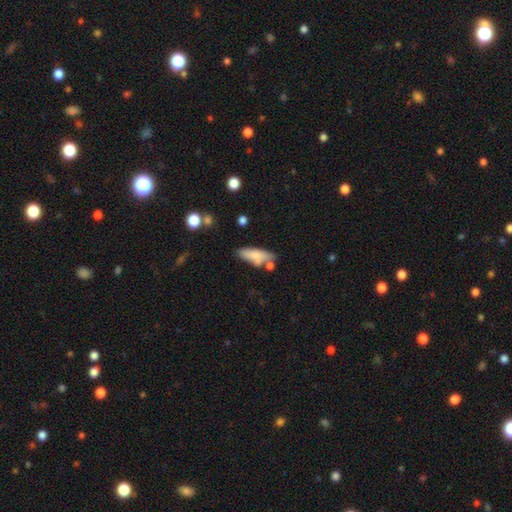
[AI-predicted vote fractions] Smooth or featured?
  - smooth: 76% *
  - featured or disk: 17%
  - star or artifact: 7%
How rounded?
  - in between: 58% *
  - cigar-shaped: 40%
  - round: 2%
Merging?
  - none: 57% *
  - minor disturbance: 22%
  - merger: 15%
  - major disturbance: 7%